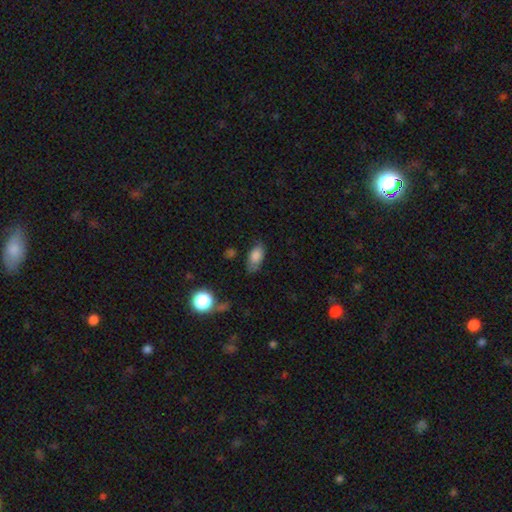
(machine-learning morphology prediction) Smooth or featured: smooth — 80% (featured or disk — 11%)
How rounded: in between — 89% (cigar-shaped — 6%)
Merging: none — 65% (minor disturbance — 25%)